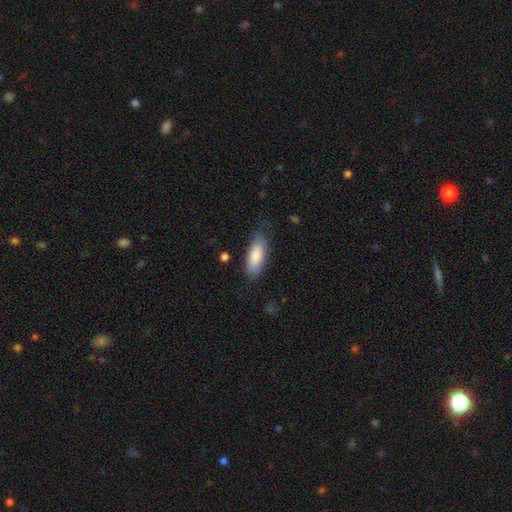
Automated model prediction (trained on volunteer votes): smooth_or_featured: smooth (p=0.83) [alt: featured or disk p=0.12]
how_rounded: in between (p=0.77) [alt: cigar-shaped p=0.21]
merging: none (p=0.69) [alt: minor disturbance p=0.23]